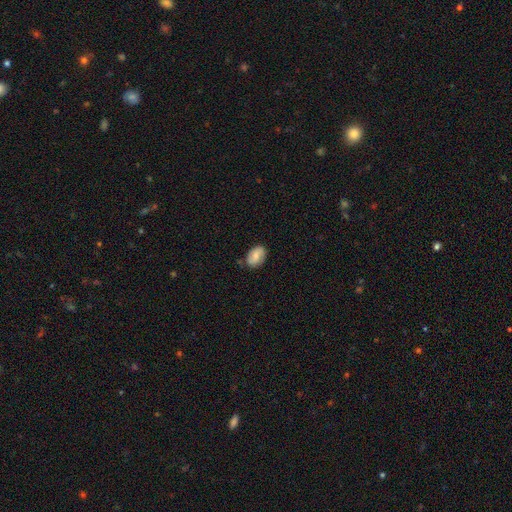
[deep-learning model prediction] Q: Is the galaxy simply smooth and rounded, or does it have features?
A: smooth — 69%.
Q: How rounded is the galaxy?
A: in between — 87%.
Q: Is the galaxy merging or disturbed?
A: none — 77%.